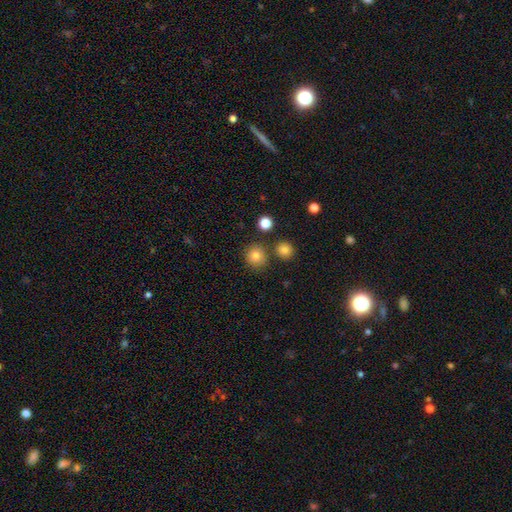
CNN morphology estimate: Q: Smooth or featured?
A: smooth (83%); runner-up: star or artifact (12%)
Q: How rounded?
A: round (89%); runner-up: in between (10%)
Q: Merging?
A: none (79%); runner-up: merger (10%)